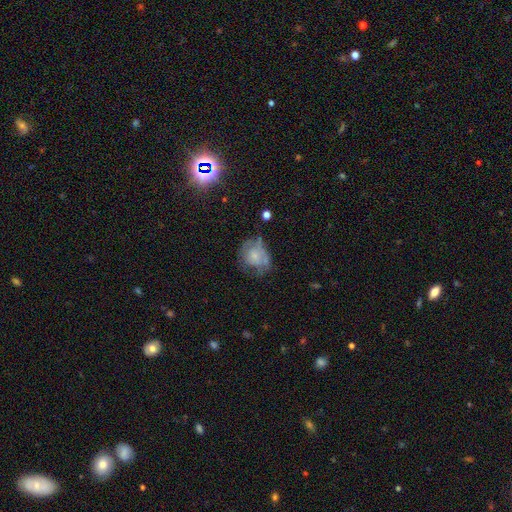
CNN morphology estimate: type=smooth (48%); merging=none (40%).